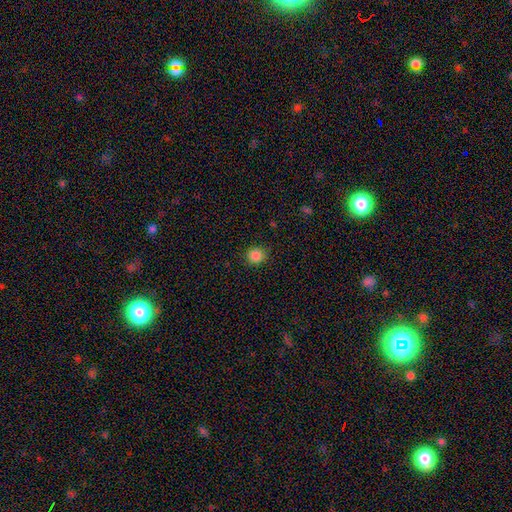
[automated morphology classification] smooth_or_featured: smooth (p=0.86) [alt: star or artifact p=0.11]
how_rounded: round (p=0.88) [alt: in between p=0.11]
merging: none (p=0.89) [alt: minor disturbance p=0.08]